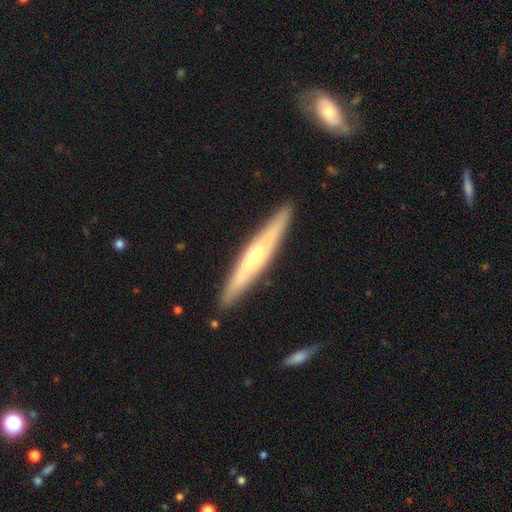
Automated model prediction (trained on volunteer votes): smooth_or_featured: featured or disk (p=0.61) [alt: smooth p=0.34]
disk_edge_on: yes (p=0.91) [alt: no p=0.09]
edge_on_bulge: rounded (p=0.78) [alt: none p=0.18]
merging: none (p=0.90) [alt: minor disturbance p=0.07]